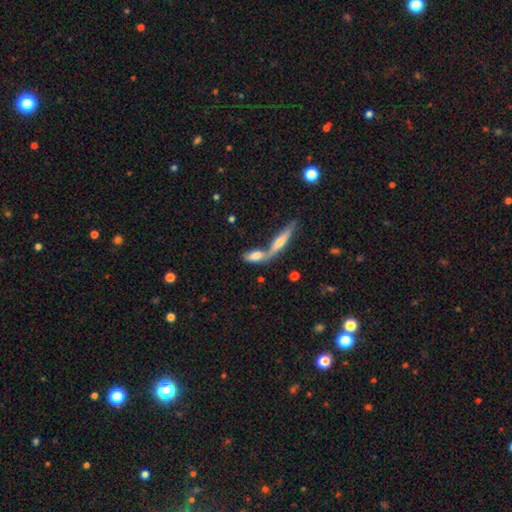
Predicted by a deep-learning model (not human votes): A smooth galaxy with no disk features (66%) that is in between round and cigar-shaped (63%).

Vote fractions:
- Smooth or featured? smooth: 66% / featured or disk: 26% / star or artifact: 8%
- How rounded? in between: 63% / cigar-shaped: 33% / round: 4%
- Merging? merger: 48% / none: 38% / minor disturbance: 10% / major disturbance: 4%